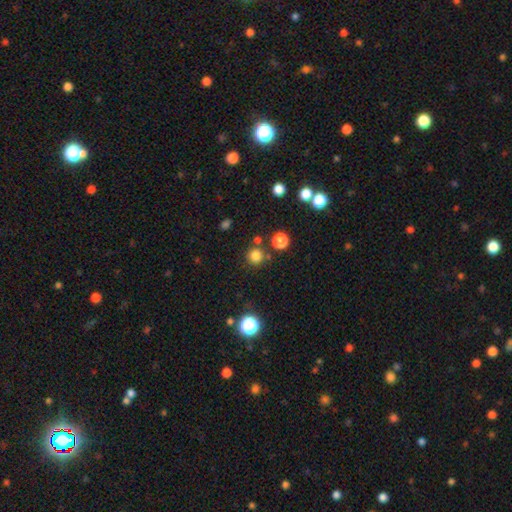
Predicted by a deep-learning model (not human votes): Smooth or featured? Predicted: smooth (p=0.79). How rounded? Predicted: round (p=0.93). Merging? Predicted: none (p=0.81).